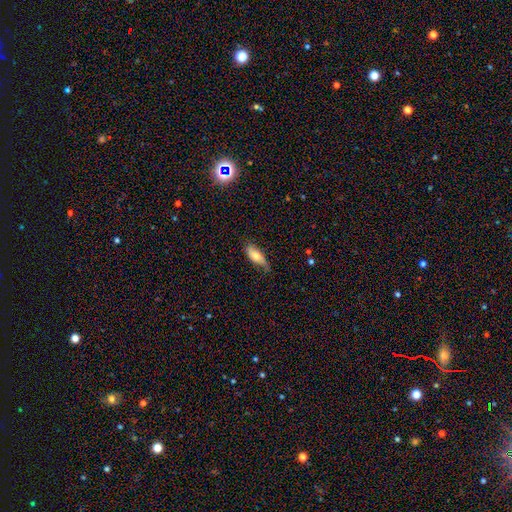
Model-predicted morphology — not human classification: smooth 67%, featured or disk 26%, star or artifact 7%. Down the decision tree: how rounded — in between (76%); merging — none (50%).